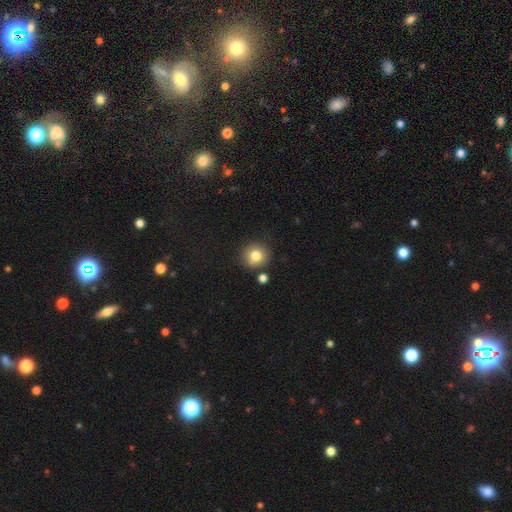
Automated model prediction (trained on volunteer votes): This is likely a smooth galaxy (80%). How rounded: clearly round (87%). Merging: likely none (79%).